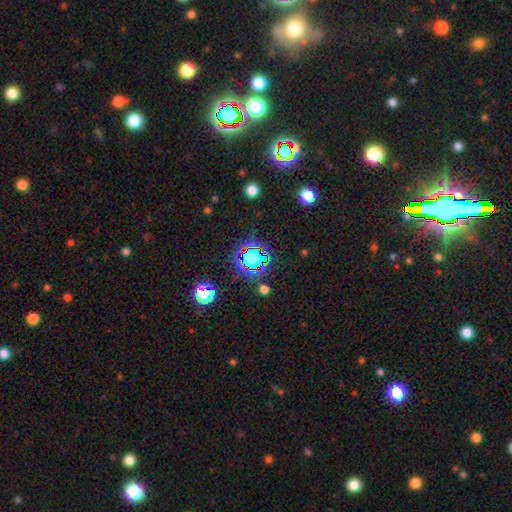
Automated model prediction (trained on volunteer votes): Smooth or featured: star or artifact — 65% (smooth — 24%)